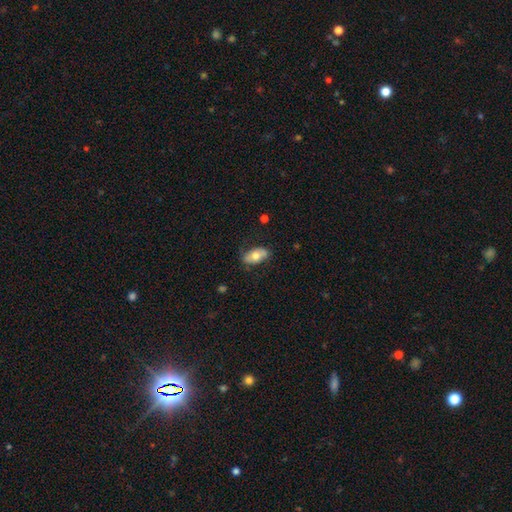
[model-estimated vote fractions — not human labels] The model was most divided on "smooth or featured": smooth: 66%, featured or disk: 27%, star or artifact: 6%. More confident: how rounded — in between (91%); merging — none (75%).